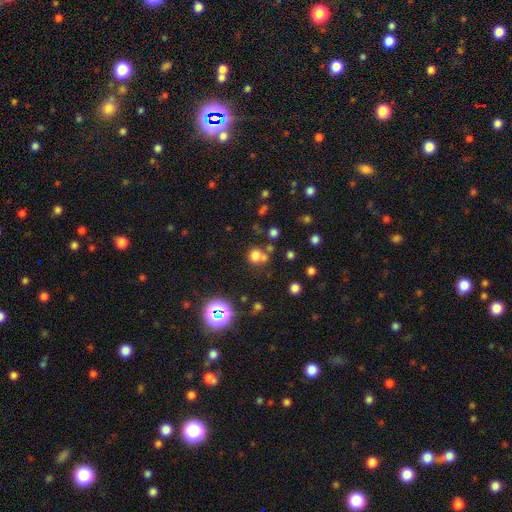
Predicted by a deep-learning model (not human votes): smooth_or_featured: smooth (p=0.71) [alt: star or artifact p=0.21]
how_rounded: round (p=0.86) [alt: in between p=0.13]
merging: none (p=0.59) [alt: merger p=0.25]